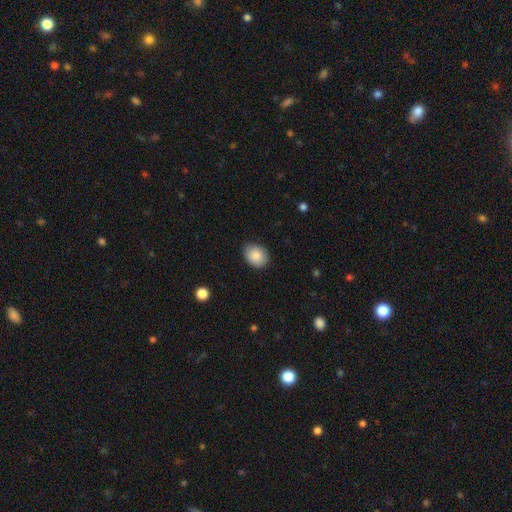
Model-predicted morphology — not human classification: Smooth or featured?
  - smooth: 86% *
  - star or artifact: 7%
  - featured or disk: 6%
How rounded?
  - in between: 55% *
  - round: 44%
  - cigar-shaped: 1%
Merging?
  - none: 80% *
  - minor disturbance: 16%
  - major disturbance: 3%
  - merger: 1%